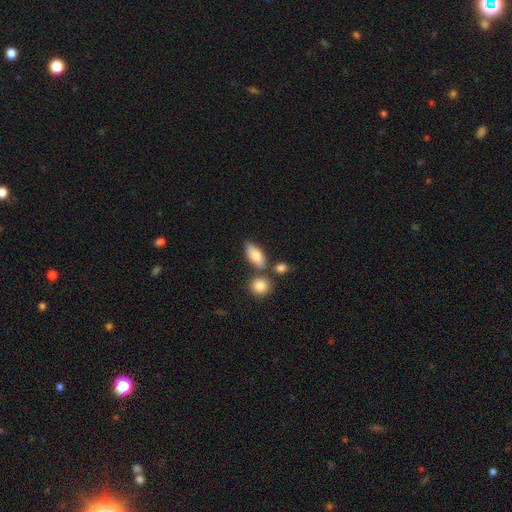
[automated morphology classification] Overall: smooth (80%). How rounded: in between (84%). Merging: none (67%).